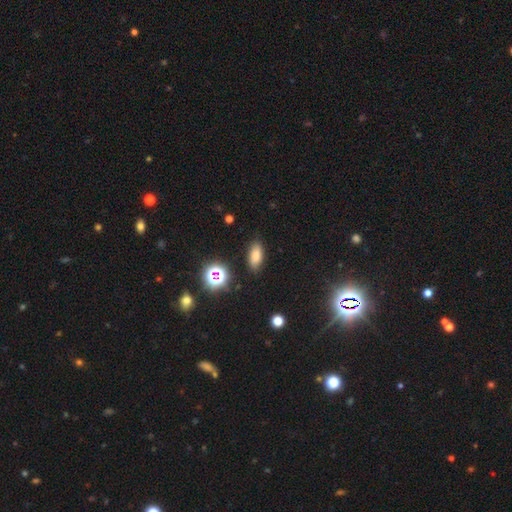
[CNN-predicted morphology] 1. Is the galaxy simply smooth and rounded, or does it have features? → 79% smooth, 15% star or artifact, 6% featured or disk.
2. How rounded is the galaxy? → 85% in between, 10% cigar-shaped, 5% round.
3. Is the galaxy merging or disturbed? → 86% none, 10% minor disturbance, 3% major disturbance, 2% merger.